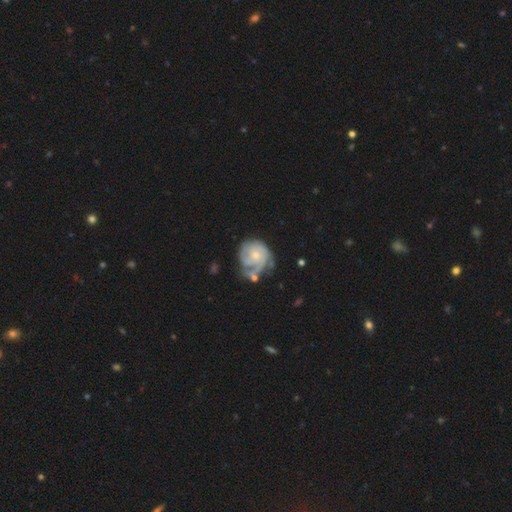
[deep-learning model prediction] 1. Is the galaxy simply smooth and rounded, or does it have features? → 74% featured or disk, 20% smooth, 6% star or artifact.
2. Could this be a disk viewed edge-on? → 98% no, 2% yes.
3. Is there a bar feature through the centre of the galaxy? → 79% no, 19% weak, 3% strong.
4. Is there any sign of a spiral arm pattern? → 87% yes, 13% no.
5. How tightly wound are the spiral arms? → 61% tight, 28% medium, 11% loose.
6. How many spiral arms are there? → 38% can't tell, 21% 3, 20% 2, 10% 1, 7% 4, 5% more than 4.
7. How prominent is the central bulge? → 64% small, 30% moderate, 3% none, 2% large, 1% dominant.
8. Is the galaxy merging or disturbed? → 45% none, 26% minor disturbance, 20% major disturbance, 10% merger.